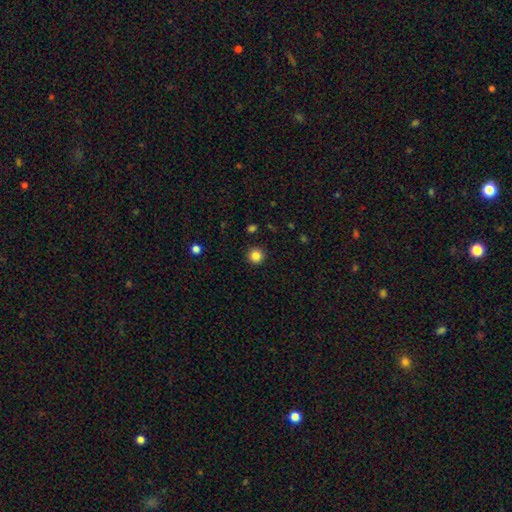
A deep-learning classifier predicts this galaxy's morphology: Q: Smooth or featured?
A: smooth (85%); runner-up: star or artifact (11%)
Q: How rounded?
A: round (95%); runner-up: in between (4%)
Q: Merging?
A: none (92%); runner-up: minor disturbance (5%)